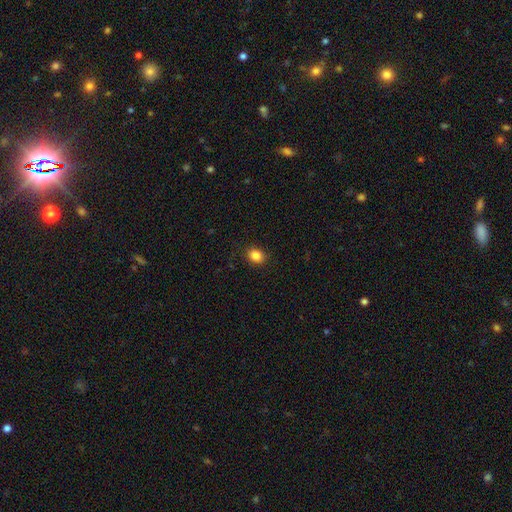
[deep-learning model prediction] smooth 85%, star or artifact 10%, featured or disk 5%. Down the decision tree: how rounded — round (54%); merging — none (89%).